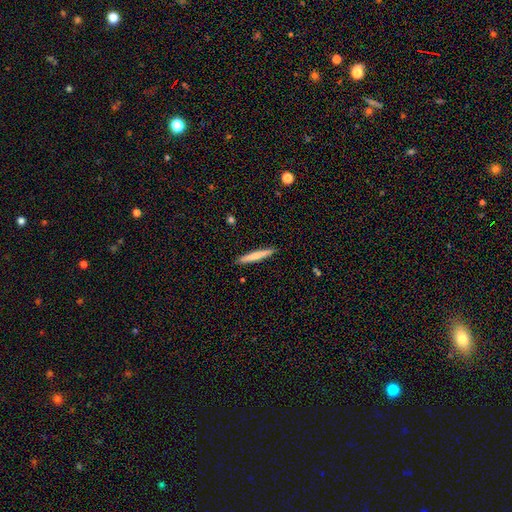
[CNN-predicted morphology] A smooth galaxy with no disk features (70%) that is cigar-shaped (96%).

Vote fractions:
- Smooth or featured? smooth: 70% / featured or disk: 24% / star or artifact: 5%
- How rounded? cigar-shaped: 96% / in between: 3% / round: 1%
- Merging? none: 91% / minor disturbance: 6% / major disturbance: 1% / merger: 1%